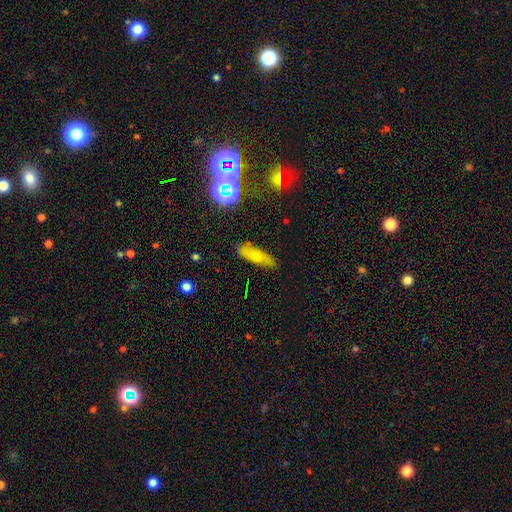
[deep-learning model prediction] smooth 57%, featured or disk 31%, star or artifact 12%. Down the decision tree: how rounded — in between (54%); merging — none (78%).